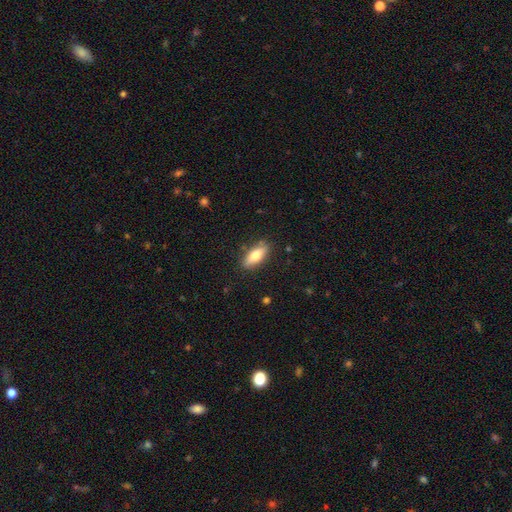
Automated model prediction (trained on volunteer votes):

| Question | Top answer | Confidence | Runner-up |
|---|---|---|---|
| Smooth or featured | smooth | 69% | featured or disk (25%) |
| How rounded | in between | 72% | cigar-shaped (25%) |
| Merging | none | 85% | minor disturbance (11%) |